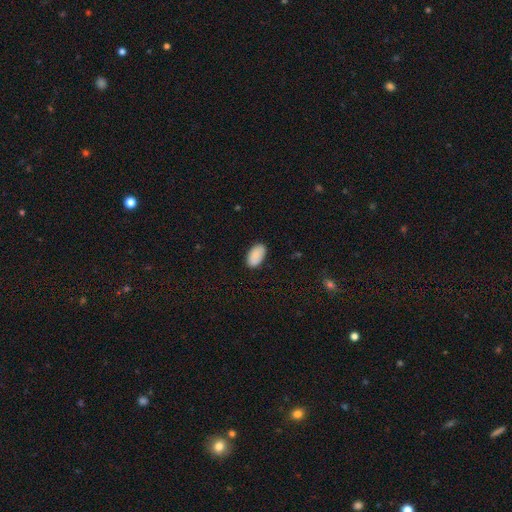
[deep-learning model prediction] A smooth galaxy with no disk features (89%) that is in between round and cigar-shaped (95%). Merging: none (87%).